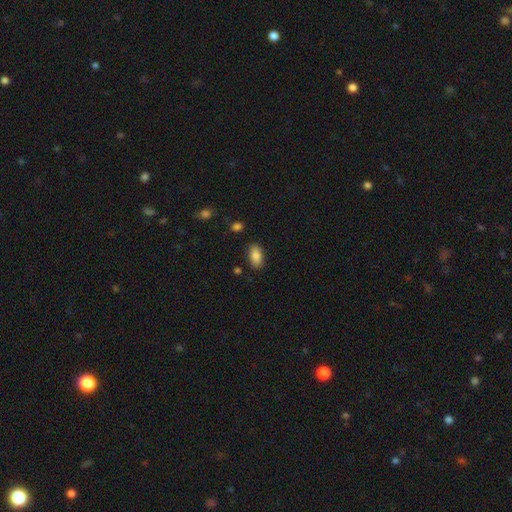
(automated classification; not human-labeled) This is clearly a smooth galaxy (86%). How rounded: clearly in between (91%). Merging: clearly none (85%).